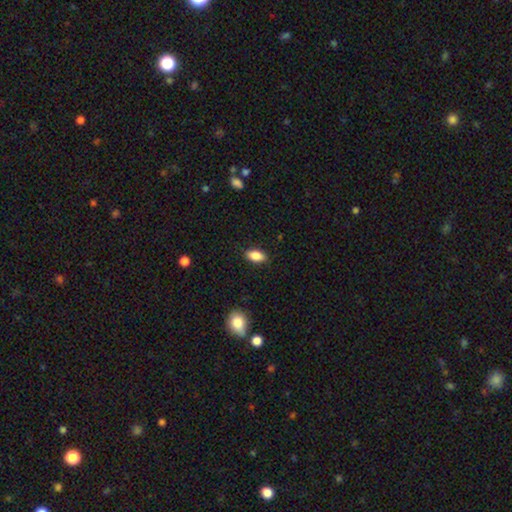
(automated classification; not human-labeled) A smooth galaxy with no disk features (87%) that is in between round and cigar-shaped (90%).

Vote fractions:
- Smooth or featured? smooth: 87% / star or artifact: 8% / featured or disk: 5%
- How rounded? in between: 90% / round: 5% / cigar-shaped: 5%
- Merging? none: 87% / minor disturbance: 9% / major disturbance: 2% / merger: 1%